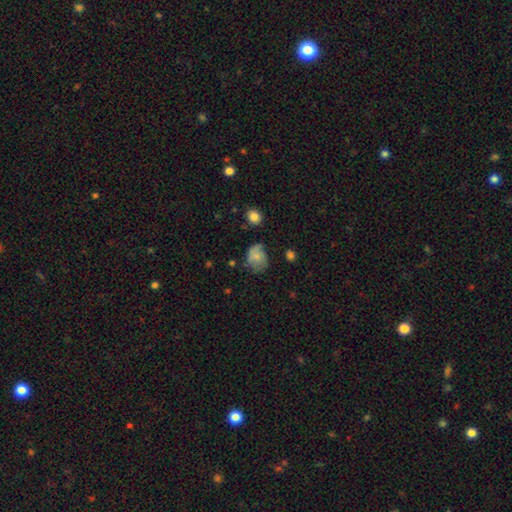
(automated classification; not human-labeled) smooth 66%, featured or disk 24%, star or artifact 9%. Down the decision tree: how rounded — in between (51%); merging — none (45%).